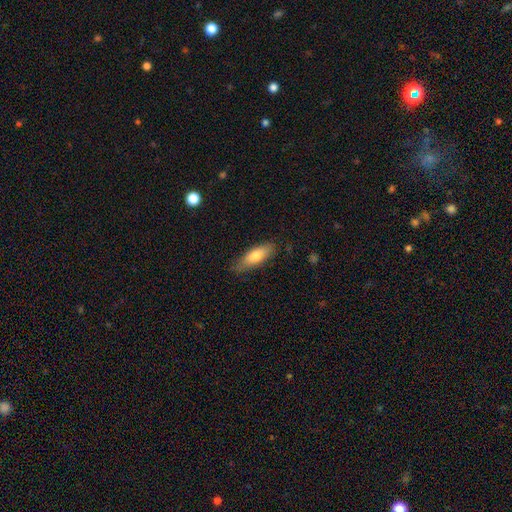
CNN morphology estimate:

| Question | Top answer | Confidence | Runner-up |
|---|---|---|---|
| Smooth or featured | smooth | 75% | featured or disk (19%) |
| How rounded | in between | 61% | cigar-shaped (37%) |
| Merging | none | 78% | minor disturbance (17%) |